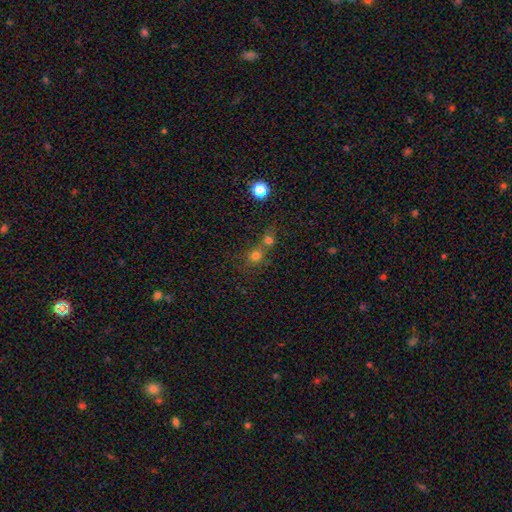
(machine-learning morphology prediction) smooth 70%, star or artifact 19%, featured or disk 11%. Down the decision tree: how rounded — round (80%); merging — merger (48%).